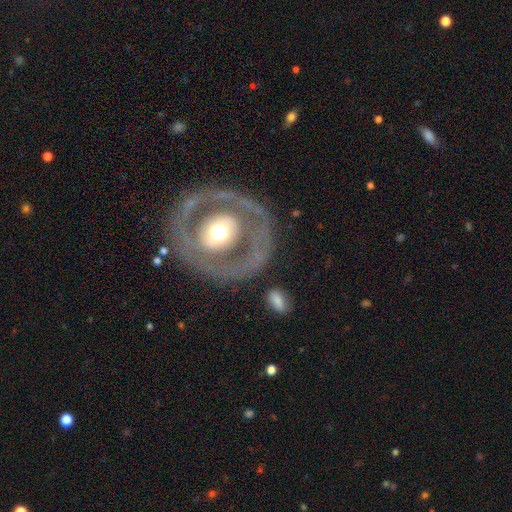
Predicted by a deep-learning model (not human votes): smooth_or_featured: featured or disk (p=0.71) [alt: smooth p=0.24]
disk_edge_on: no (p=0.94) [alt: yes p=0.06]
bar: no (p=0.79) [alt: weak p=0.13]
has_spiral_arms: no (p=0.72) [alt: yes p=0.28]
bulge_size: moderate (p=0.55) [alt: large p=0.33]
merging: none (p=0.77) [alt: minor disturbance p=0.13]